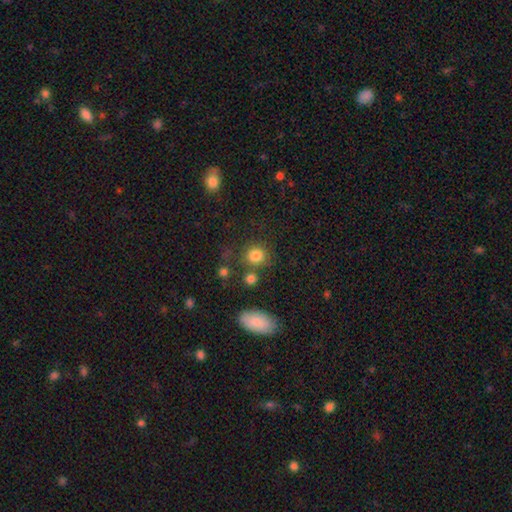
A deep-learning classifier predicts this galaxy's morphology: smooth-or-featured: smooth: 83% | star or artifact: 11% | featured or disk: 6%
  how-rounded: round: 83% | in between: 16% | cigar-shaped: 1%
  merging: none: 74% | minor disturbance: 11% | merger: 10% | major disturbance: 5%